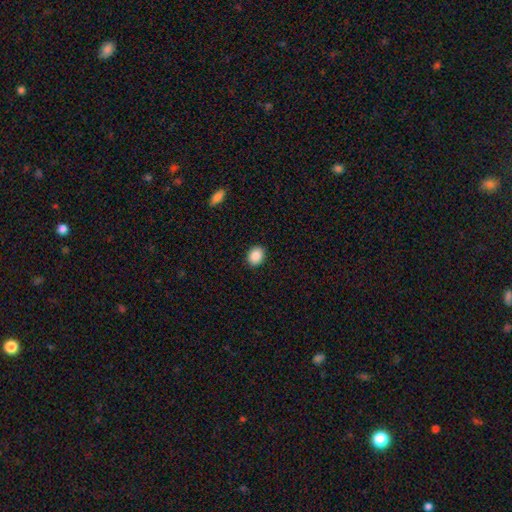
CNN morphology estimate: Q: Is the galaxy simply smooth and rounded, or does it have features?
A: smooth — 89%.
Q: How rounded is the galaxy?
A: in between — 56%.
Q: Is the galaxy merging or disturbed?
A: none — 91%.